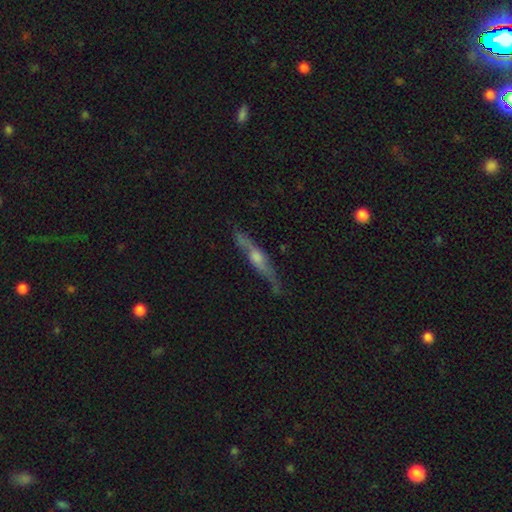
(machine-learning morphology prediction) Overall: featured or disk (68%). Edge-on disk: yes (90%). Edge-on bulge: rounded (80%). Merging: none (72%).